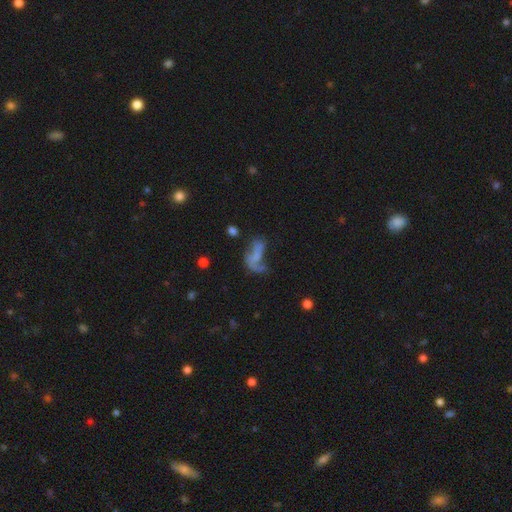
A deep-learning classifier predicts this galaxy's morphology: Smooth or featured: featured or disk — 42% (smooth — 40%)
Merging: major disturbance — 42% (none — 23%)